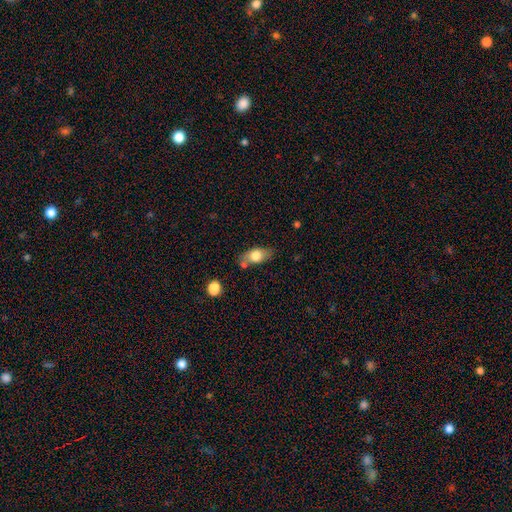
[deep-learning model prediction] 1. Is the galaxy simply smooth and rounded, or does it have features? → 72% smooth, 21% featured or disk, 7% star or artifact.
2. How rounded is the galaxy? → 83% in between, 8% cigar-shaped, 8% round.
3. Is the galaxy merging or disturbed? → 65% none, 19% minor disturbance, 11% merger, 5% major disturbance.